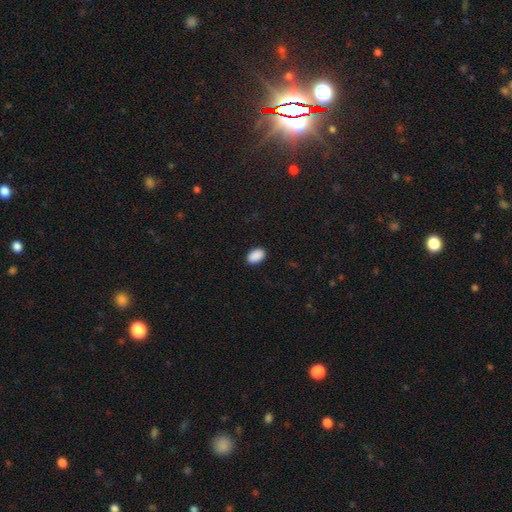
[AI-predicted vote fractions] The model was most divided on "how rounded": in between: 89%, round: 10%, cigar-shaped: 1%. More confident: smooth or featured — smooth (90%); merging — none (90%).